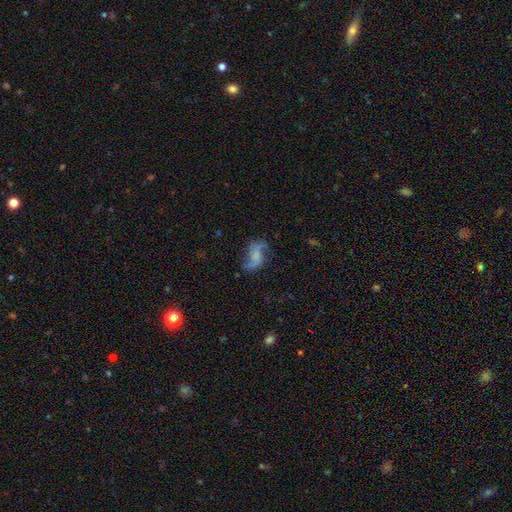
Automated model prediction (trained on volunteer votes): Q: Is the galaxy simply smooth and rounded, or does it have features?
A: featured or disk — 74%.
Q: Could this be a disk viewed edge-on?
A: no — 97%.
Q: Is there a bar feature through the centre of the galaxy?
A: no — 55%.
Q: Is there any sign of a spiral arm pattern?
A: yes — 93%.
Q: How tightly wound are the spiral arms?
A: loose — 70%.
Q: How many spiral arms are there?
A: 2 — 90%.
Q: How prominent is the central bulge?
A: none — 52%.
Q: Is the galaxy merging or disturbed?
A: none — 65%.